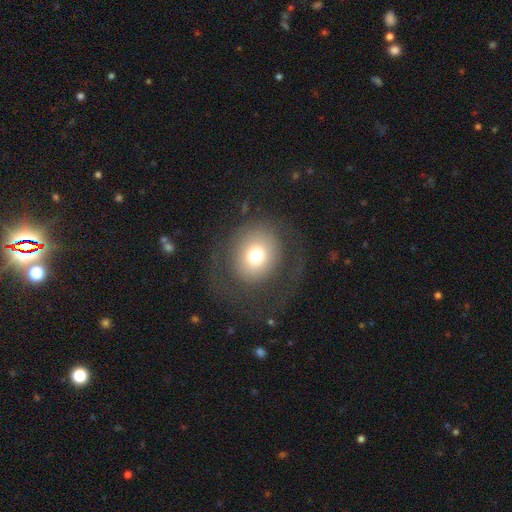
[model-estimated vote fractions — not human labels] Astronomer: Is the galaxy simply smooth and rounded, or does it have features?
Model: smooth — 65%.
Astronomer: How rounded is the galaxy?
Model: round — 80%.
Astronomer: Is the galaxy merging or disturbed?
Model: none — 62%.